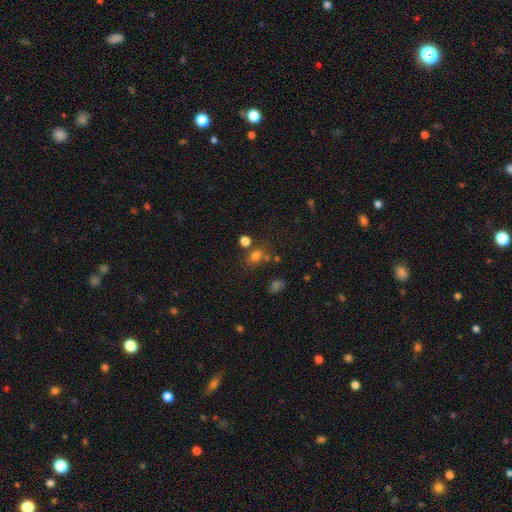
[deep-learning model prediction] smooth 74%, star or artifact 19%, featured or disk 8%. Down the decision tree: how rounded — round (51%); merging — none (67%).